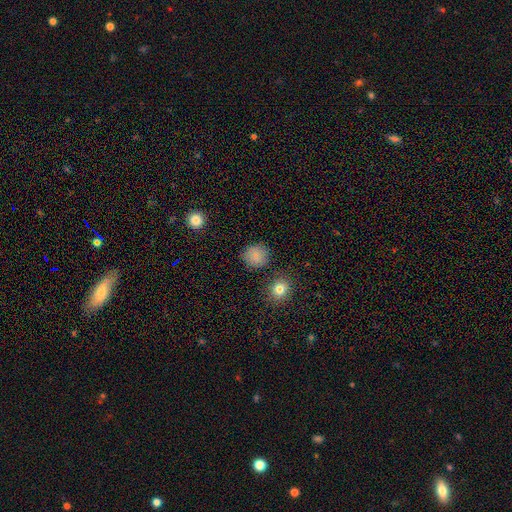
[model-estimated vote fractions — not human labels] This appears to be a smooth galaxy with no disk features (84%) that is round (90%). Merging: none (87%).